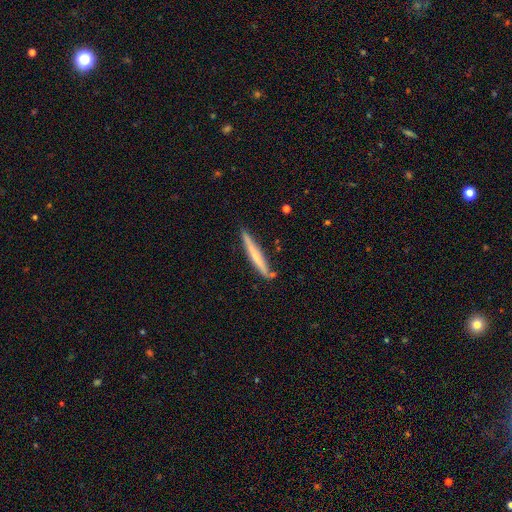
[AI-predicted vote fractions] smooth_or_featured: smooth (p=0.52) [alt: featured or disk p=0.42]
how_rounded: cigar-shaped (p=0.96) [alt: in between p=0.03]
merging: none (p=0.83) [alt: minor disturbance p=0.12]